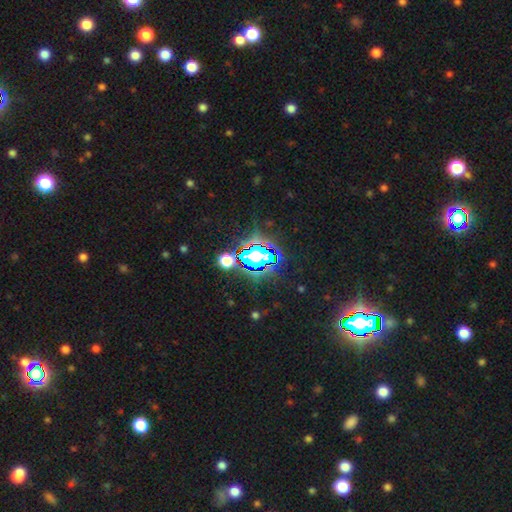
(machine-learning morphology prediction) A star or artifact, not a galaxy (71%).

Vote fractions:
- Smooth or featured? star or artifact: 71% / smooth: 18% / featured or disk: 11%